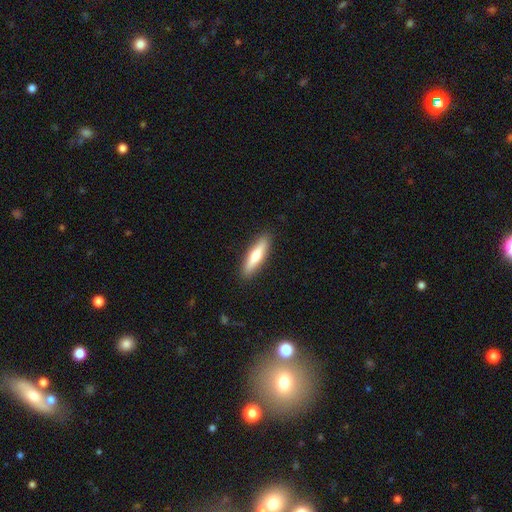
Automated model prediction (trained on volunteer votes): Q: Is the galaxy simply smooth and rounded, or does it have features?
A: smooth — 65%.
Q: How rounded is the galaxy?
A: cigar-shaped — 75%.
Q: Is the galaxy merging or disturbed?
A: none — 90%.